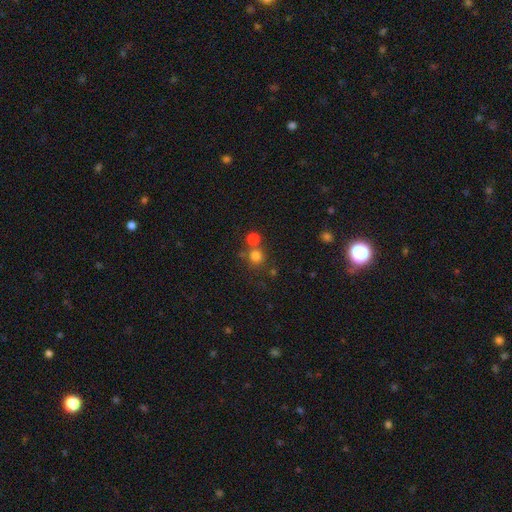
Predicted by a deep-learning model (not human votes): The model was most divided on "merging": none: 63%, merger: 26%, minor disturbance: 8%, major disturbance: 3%. More confident: how rounded — round (90%); smooth or featured — smooth (77%).